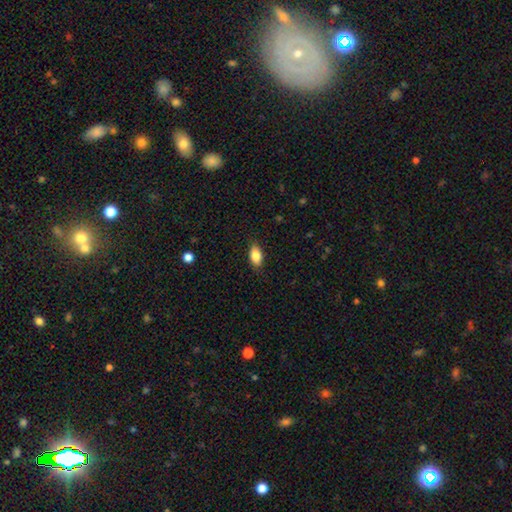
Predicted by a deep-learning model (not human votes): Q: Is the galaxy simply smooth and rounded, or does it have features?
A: smooth — 85%.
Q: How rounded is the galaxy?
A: in between — 91%.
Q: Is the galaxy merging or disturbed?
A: none — 86%.